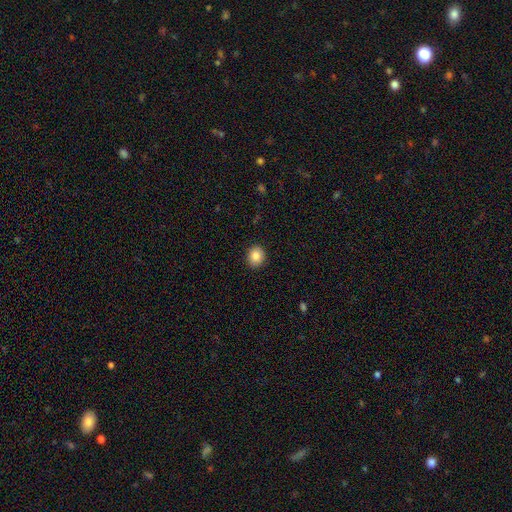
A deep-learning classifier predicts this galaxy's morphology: Q: Smooth or featured?
A: smooth (84%); runner-up: star or artifact (9%)
Q: How rounded?
A: round (69%); runner-up: in between (30%)
Q: Merging?
A: none (91%); runner-up: minor disturbance (6%)